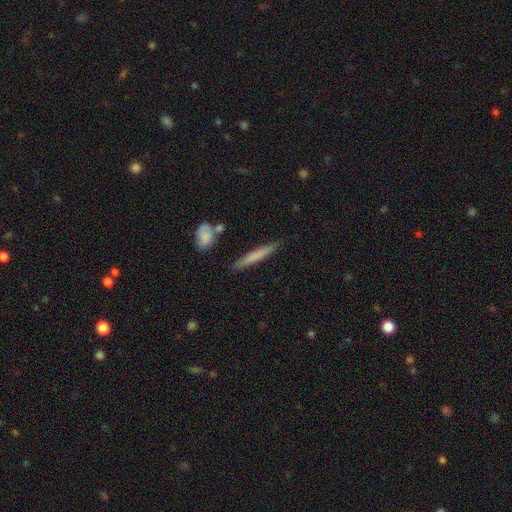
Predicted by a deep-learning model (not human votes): smooth 66%, featured or disk 28%, star or artifact 6%. Down the decision tree: how rounded — cigar-shaped (94%); merging — none (85%).